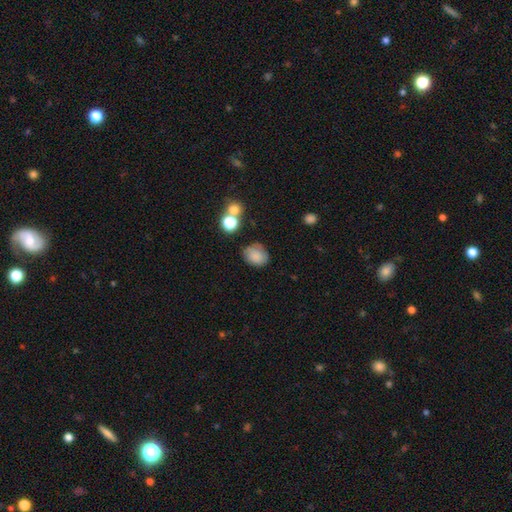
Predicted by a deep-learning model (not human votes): Smooth or featured? Predicted: smooth (p=0.78). How rounded? Predicted: round (p=0.60). Merging? Predicted: none (p=0.65).